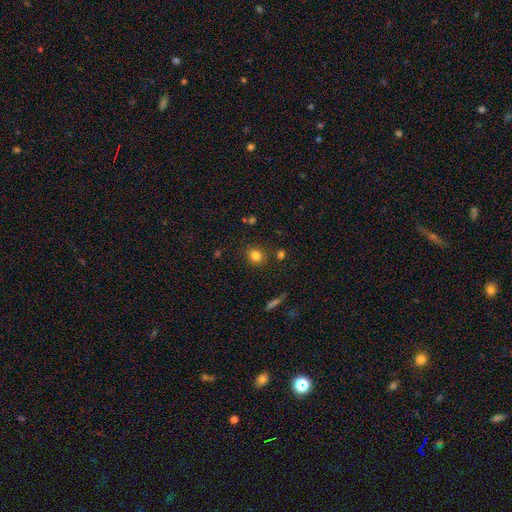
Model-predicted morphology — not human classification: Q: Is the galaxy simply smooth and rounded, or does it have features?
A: smooth — 82%.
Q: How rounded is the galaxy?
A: round — 72%.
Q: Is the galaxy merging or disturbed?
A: none — 85%.